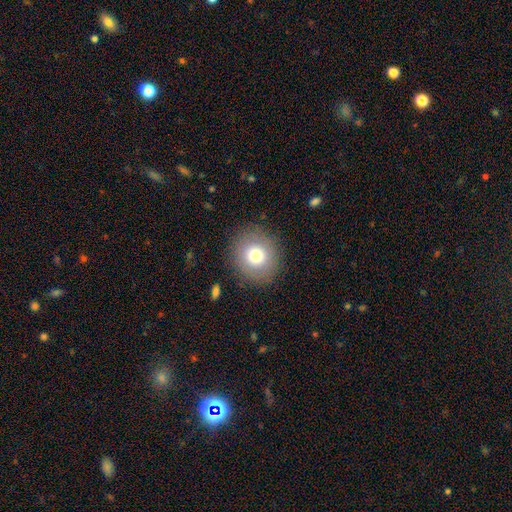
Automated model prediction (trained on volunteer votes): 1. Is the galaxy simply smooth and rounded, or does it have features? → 76% smooth, 13% featured or disk, 11% star or artifact.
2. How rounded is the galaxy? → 87% round, 12% in between, 1% cigar-shaped.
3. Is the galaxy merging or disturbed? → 88% none, 8% minor disturbance, 3% major disturbance, 1% merger.